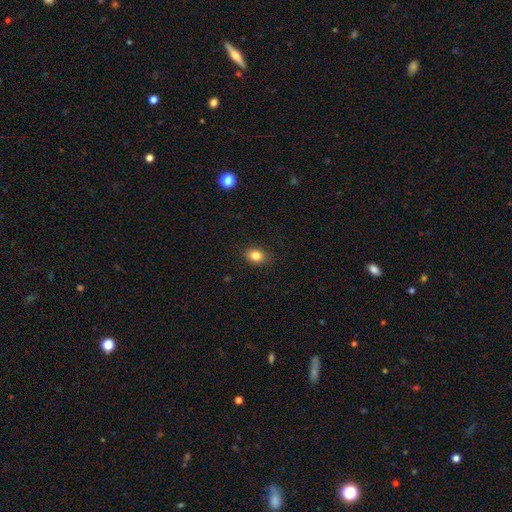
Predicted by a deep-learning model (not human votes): Smooth or featured: smooth — 83% (star or artifact — 10%)
How rounded: in between — 63% (round — 36%)
Merging: none — 89% (minor disturbance — 8%)